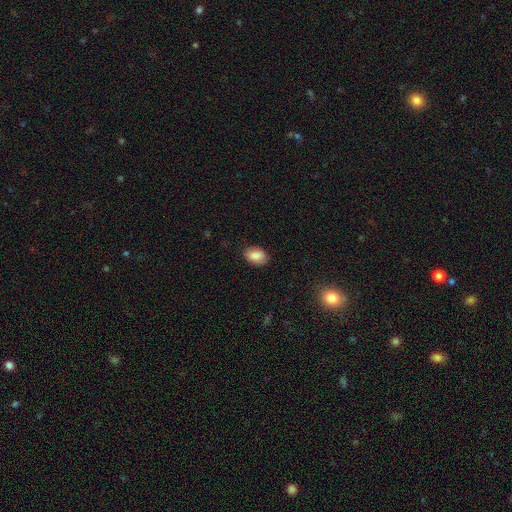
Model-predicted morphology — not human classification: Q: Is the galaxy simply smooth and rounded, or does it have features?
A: smooth — 88%.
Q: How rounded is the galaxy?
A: in between — 87%.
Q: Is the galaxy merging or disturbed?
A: none — 84%.